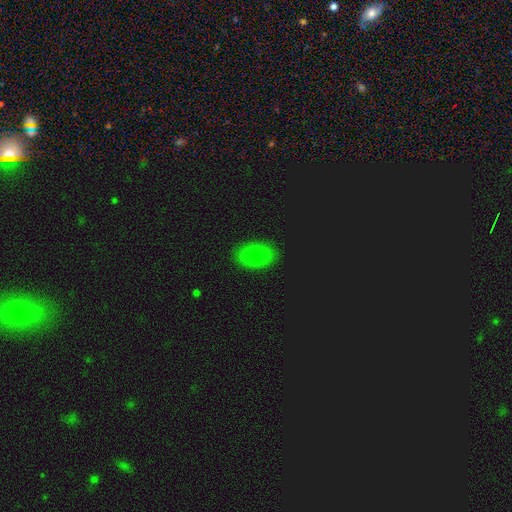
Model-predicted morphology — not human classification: Overall: smooth (73%). How rounded: in between (79%). Merging: none (87%).